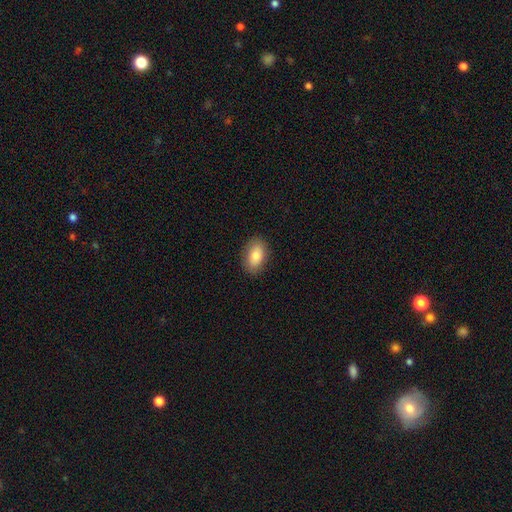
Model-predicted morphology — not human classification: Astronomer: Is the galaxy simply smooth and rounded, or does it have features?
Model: smooth — 83%.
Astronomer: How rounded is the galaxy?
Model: in between — 91%.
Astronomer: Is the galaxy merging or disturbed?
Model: none — 88%.